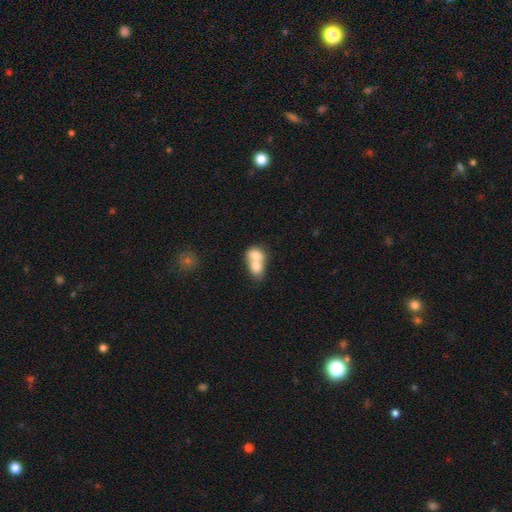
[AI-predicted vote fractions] Smooth or featured? Predicted: smooth (p=0.70). How rounded? Predicted: in between (p=0.60). Merging? Predicted: merger (p=0.78).